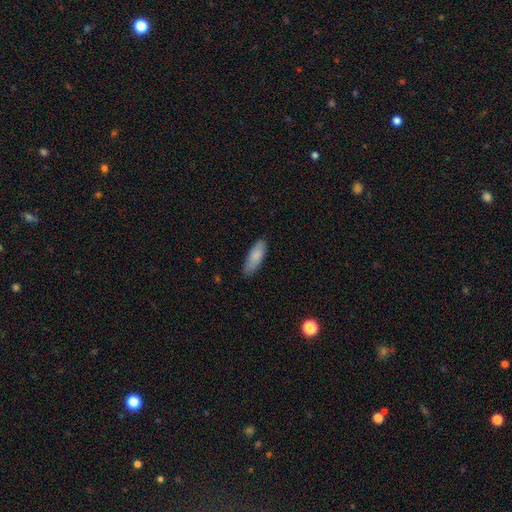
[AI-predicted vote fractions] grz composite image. It shows a smooth galaxy with no disk features (83%) that is in between round and cigar-shaped (63%). Merging: none (79%).